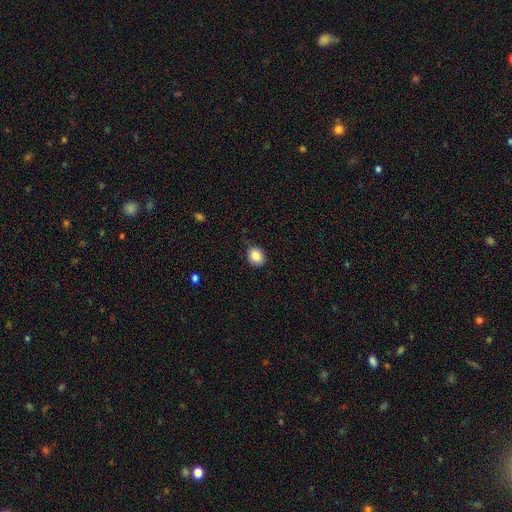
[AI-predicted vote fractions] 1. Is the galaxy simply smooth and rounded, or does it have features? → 87% smooth, 9% star or artifact, 4% featured or disk.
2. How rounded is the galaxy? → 56% round, 43% in between, 1% cigar-shaped.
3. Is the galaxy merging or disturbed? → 72% none, 22% minor disturbance, 4% major disturbance, 1% merger.